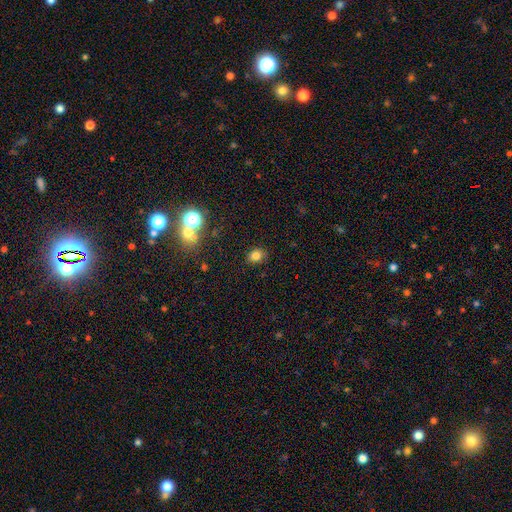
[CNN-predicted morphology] This is likely a smooth galaxy (79%). How rounded: possibly in between (50%). Merging: clearly none (84%).